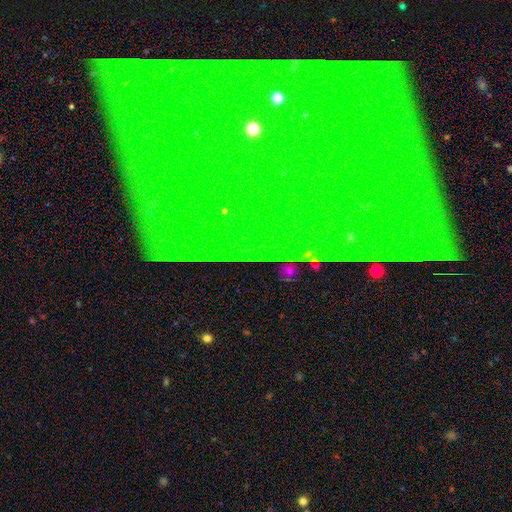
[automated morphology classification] star or artifact 80%, featured or disk 11%, smooth 9%.